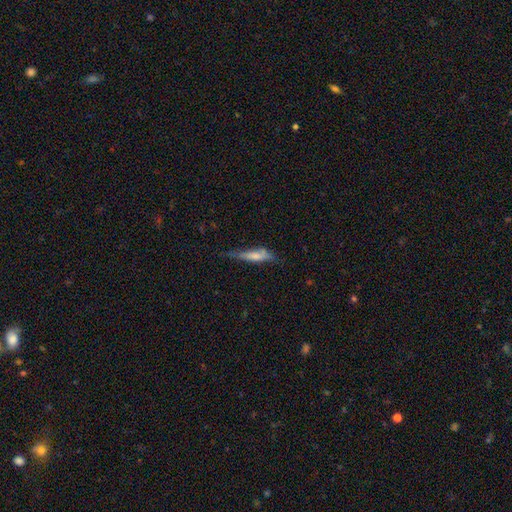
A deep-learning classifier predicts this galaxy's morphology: smooth_or_featured: smooth (p=0.62) [alt: featured or disk p=0.31]
how_rounded: cigar-shaped (p=0.73) [alt: in between p=0.25]
merging: none (p=0.44) [alt: minor disturbance p=0.36]